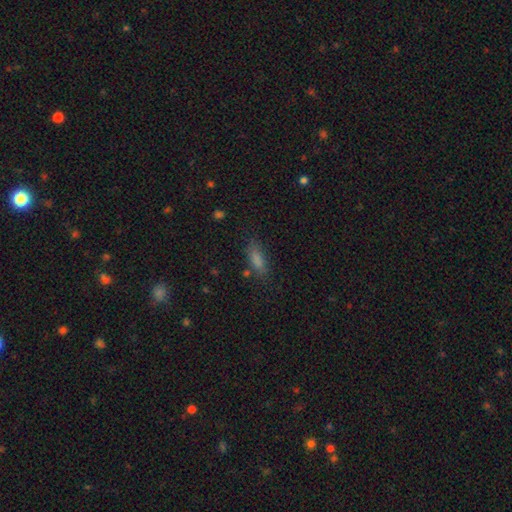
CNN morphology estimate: A smooth galaxy with no disk features (72%) that is in between round and cigar-shaped (60%). Merging: none (77%).